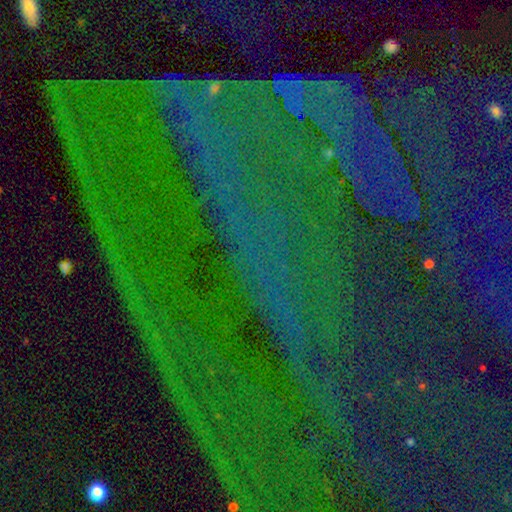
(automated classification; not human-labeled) Smooth or featured: star or artifact — 84% (featured or disk — 9%)